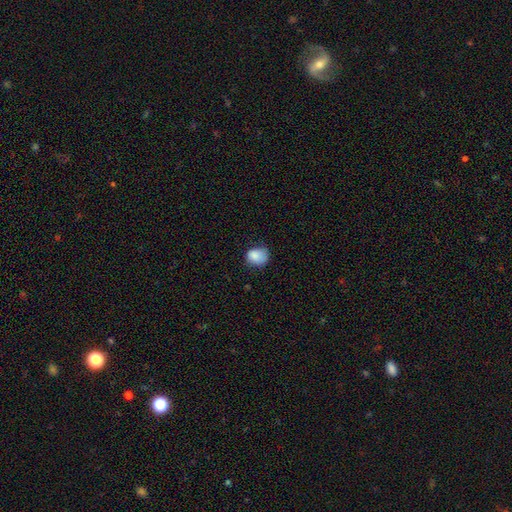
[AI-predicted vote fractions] This is clearly a smooth galaxy (86%). How rounded: possibly round (59%). Merging: possibly none (56%).